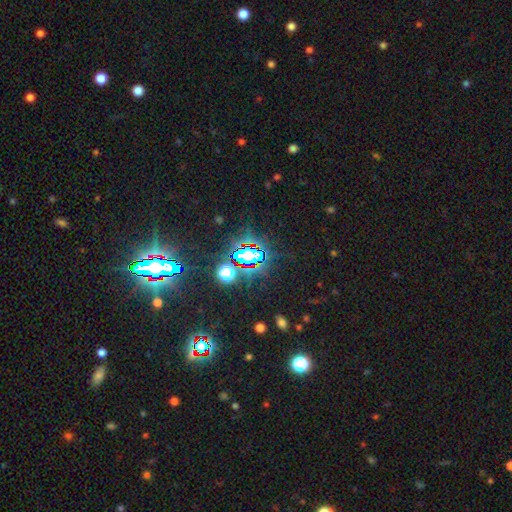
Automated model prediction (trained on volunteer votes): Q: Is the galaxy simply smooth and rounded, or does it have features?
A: star or artifact — 83%.